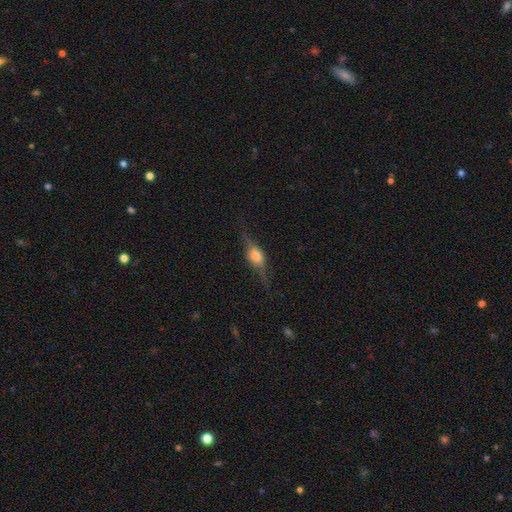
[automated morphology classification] This is likely a featured or disk galaxy (66%). It is clearly viewed edge-on (94%). Edge-on bulge: clearly rounded (87%). Merging: likely none (73%).